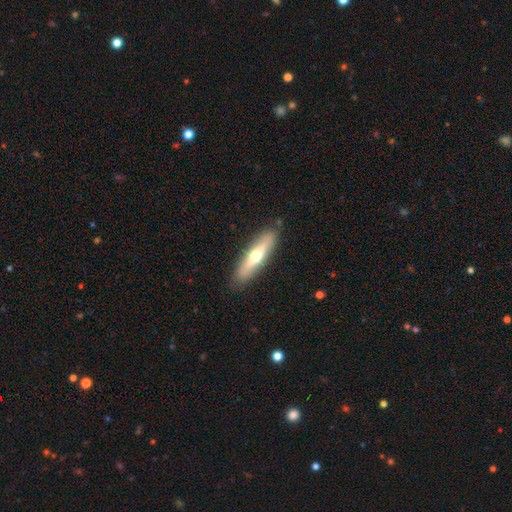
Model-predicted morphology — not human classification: The model was most divided on "smooth or featured": featured or disk: 49%, smooth: 46%, star or artifact: 5%. More confident: merging — none (86%).